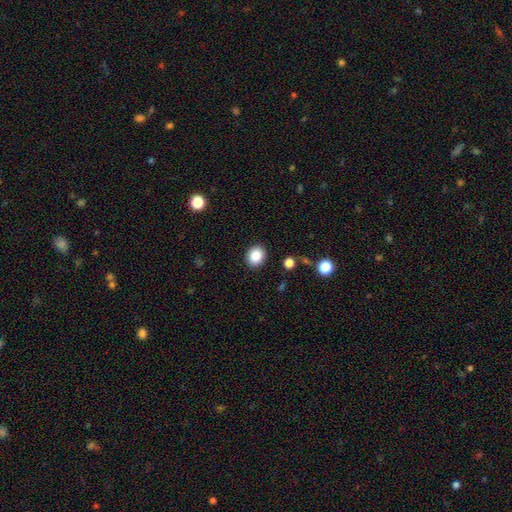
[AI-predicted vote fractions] Smooth or featured?
  - smooth: 85% *
  - star or artifact: 10%
  - featured or disk: 5%
How rounded?
  - round: 67% *
  - in between: 32%
  - cigar-shaped: 1%
Merging?
  - none: 90% *
  - minor disturbance: 6%
  - major disturbance: 2%
  - merger: 1%